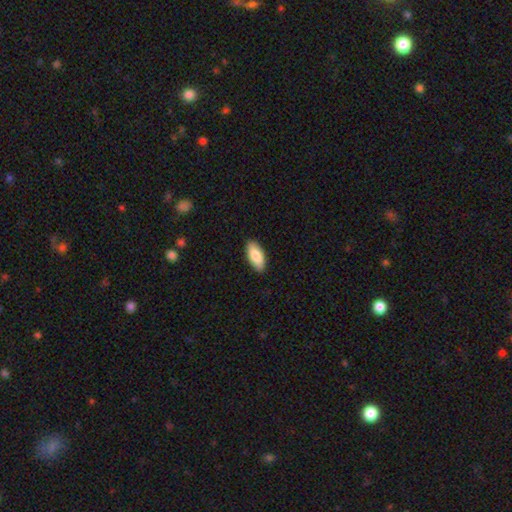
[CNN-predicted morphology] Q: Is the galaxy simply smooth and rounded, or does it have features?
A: smooth — 86%.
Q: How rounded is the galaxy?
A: in between — 88%.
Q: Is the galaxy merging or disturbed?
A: none — 90%.